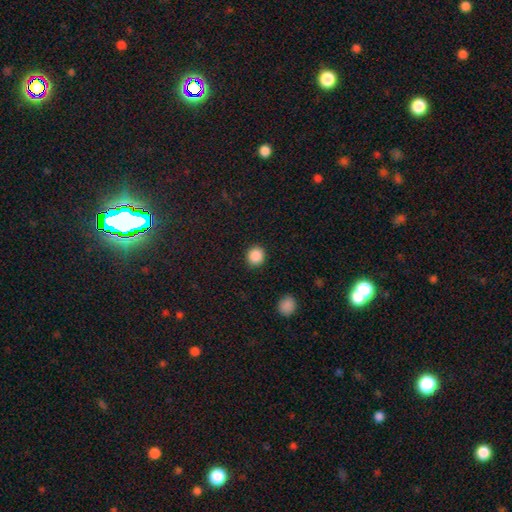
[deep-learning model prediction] The model was most divided on "smooth or featured": smooth: 88%, star or artifact: 9%, featured or disk: 3%. More confident: merging — none (91%); how rounded — round (90%).